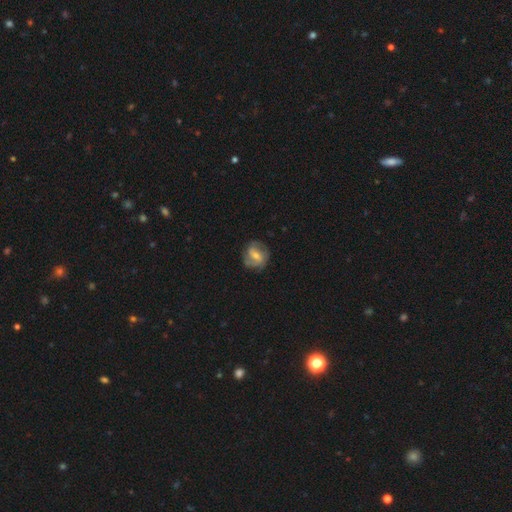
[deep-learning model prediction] Morphology: type=featured or disk (63%); edge-on=no (97%); bar=weak (49%); spiral arms=yes (84%); winding=medium (43%); arm count=2 (59%); bulge=moderate (51%); merging=none (74%).